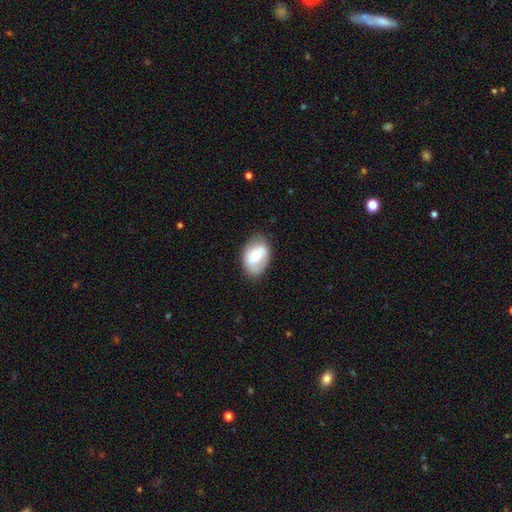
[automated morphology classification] smooth 59%, featured or disk 34%, star or artifact 7%. Down the decision tree: how rounded — in between (86%); merging — none (73%).